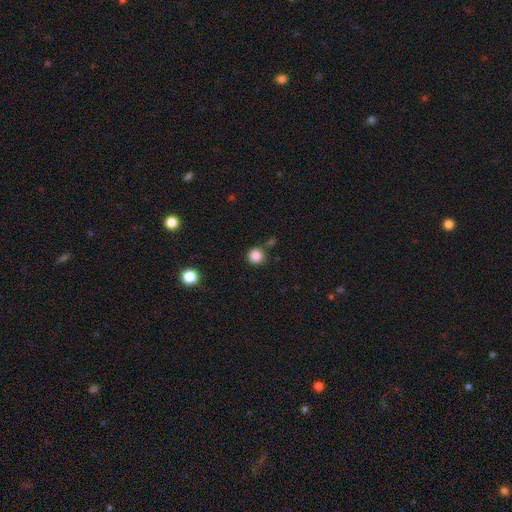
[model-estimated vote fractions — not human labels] The model was most divided on "merging": none: 81%, minor disturbance: 10%, merger: 6%, major disturbance: 3%. More confident: how rounded — round (94%); smooth or featured — smooth (85%).